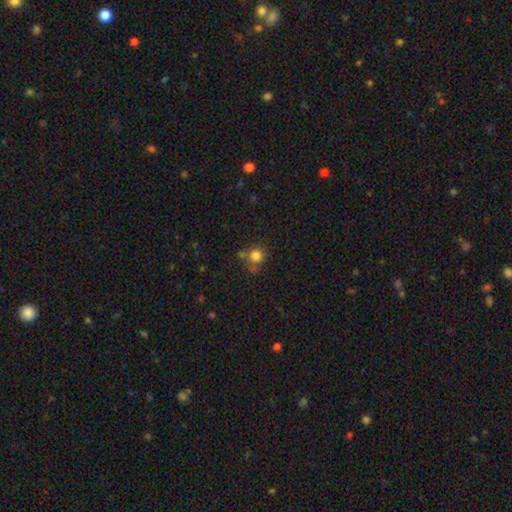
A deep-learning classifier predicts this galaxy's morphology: A smooth galaxy with no disk features (80%) that is round (86%).

Vote fractions:
- Smooth or featured? smooth: 80% / star or artifact: 12% / featured or disk: 8%
- How rounded? round: 86% / in between: 14% / cigar-shaped: 1%
- Merging? none: 57% / minor disturbance: 19% / merger: 16% / major disturbance: 8%